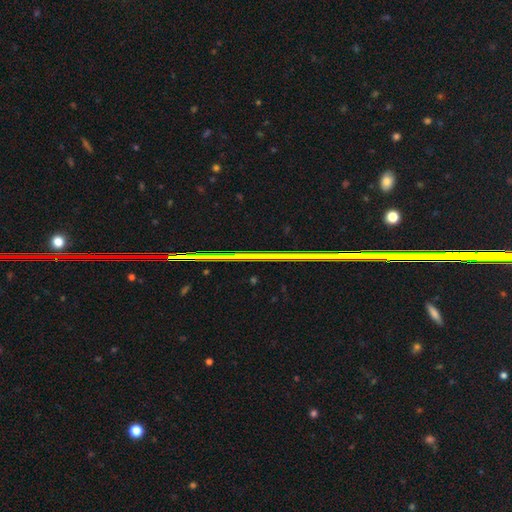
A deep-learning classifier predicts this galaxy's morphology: type=star or artifact (86%).